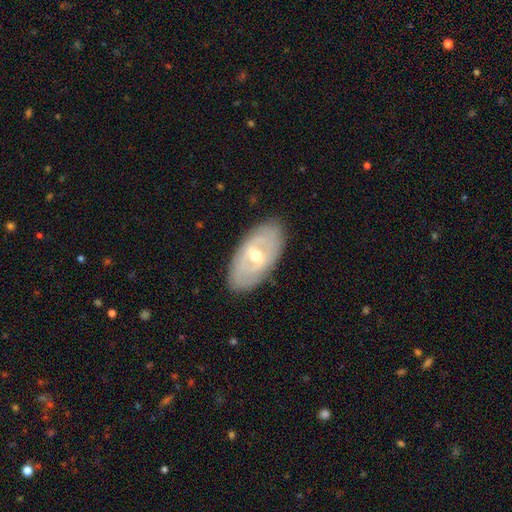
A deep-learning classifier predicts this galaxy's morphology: Smooth or featured? featured or disk (70%)
Edge-on disk? no (89%)
Bar? weak (49%)
Spiral arms? yes (57%)
Bulge size? moderate (67%)
Merging? none (83%)